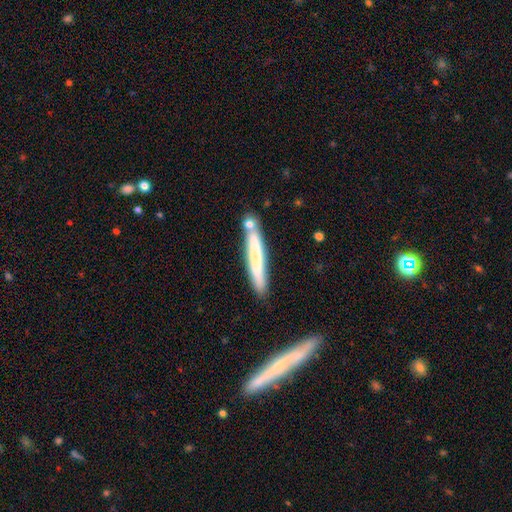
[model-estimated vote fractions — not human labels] Morphology: type=smooth (64%); roundness=cigar-shaped (94%); merging=none (74%).